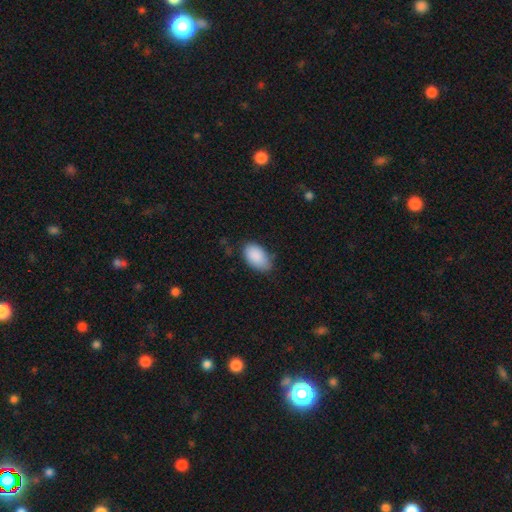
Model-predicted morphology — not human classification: type=smooth (89%); roundness=in between (94%); merging=none (70%).